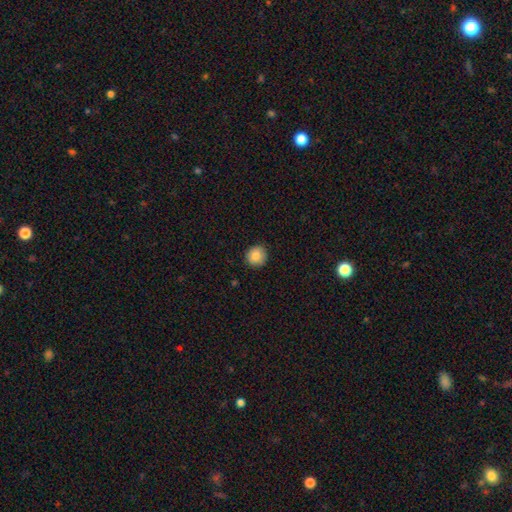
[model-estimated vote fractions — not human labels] Morphology: type=smooth (85%); roundness=round (92%); merging=none (88%).